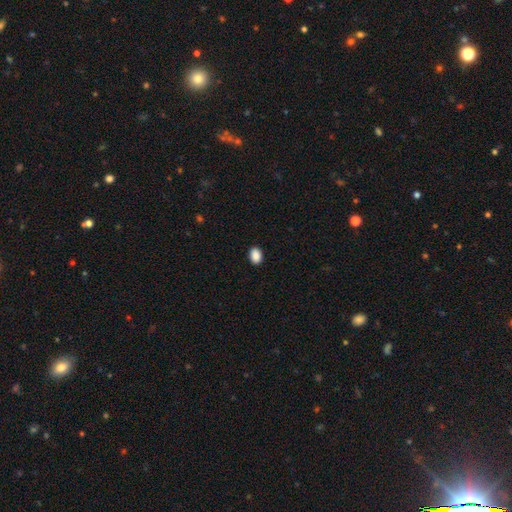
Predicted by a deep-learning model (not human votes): This appears to be a smooth galaxy with no disk features (89%) that is in between round and cigar-shaped (75%). Merging: none (90%).